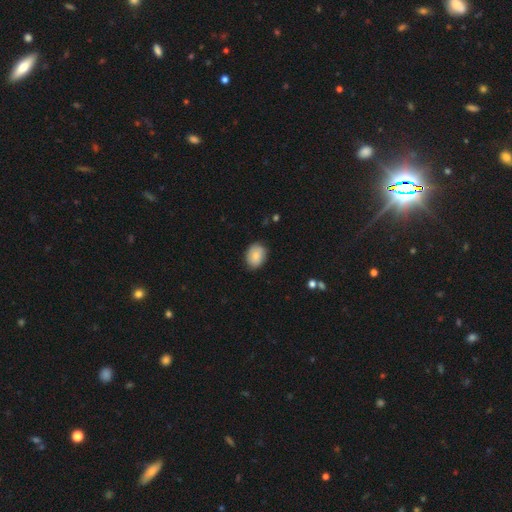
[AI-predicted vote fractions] This appears to be a smooth galaxy with no disk features (81%) that is in between round and cigar-shaped (61%). Merging: none (84%).